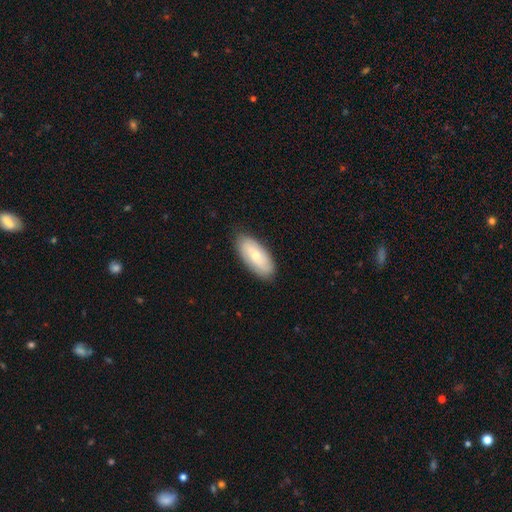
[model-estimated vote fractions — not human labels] A smooth galaxy with no disk features (66%) that is in between round and cigar-shaped (87%).

Vote fractions:
- Smooth or featured? smooth: 66% / featured or disk: 28% / star or artifact: 6%
- How rounded? in between: 87% / cigar-shaped: 11% / round: 2%
- Merging? none: 84% / minor disturbance: 12% / major disturbance: 2% / merger: 1%